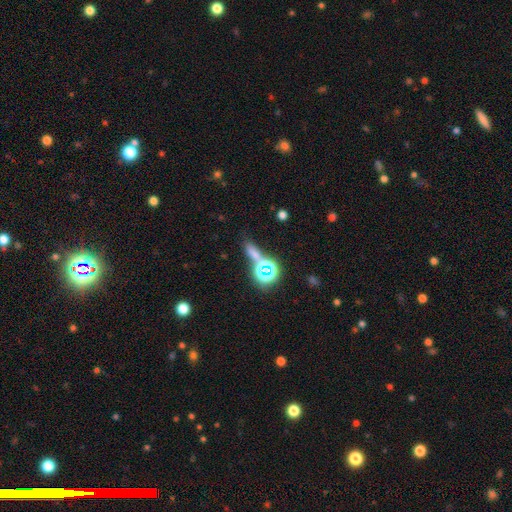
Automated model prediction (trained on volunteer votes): smooth 49%, star or artifact 41%, featured or disk 10%. Down the decision tree: merging — none (58%).